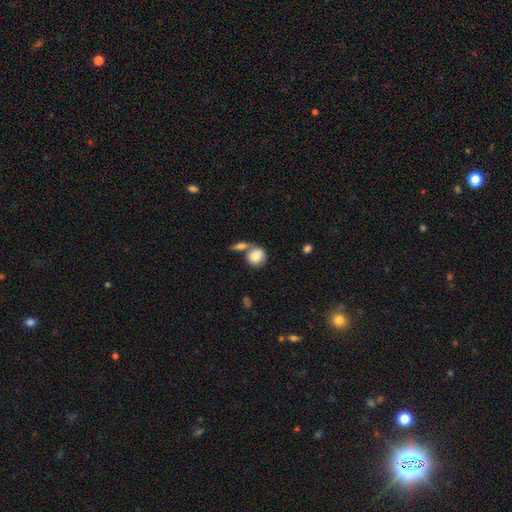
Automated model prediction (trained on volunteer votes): Overall: smooth (82%). How rounded: round (73%). Merging: merger (44%; none 38%).